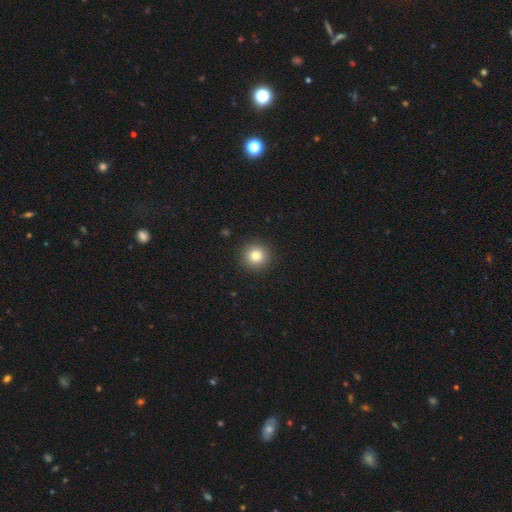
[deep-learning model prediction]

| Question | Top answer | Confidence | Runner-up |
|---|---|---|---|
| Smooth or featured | smooth | 82% | star or artifact (11%) |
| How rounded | round | 94% | in between (5%) |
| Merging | none | 92% | minor disturbance (5%) |